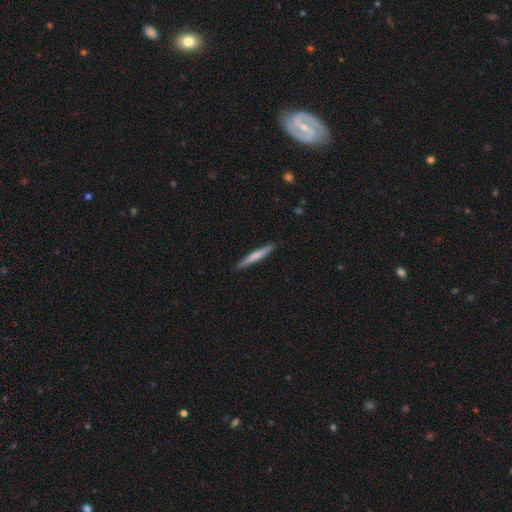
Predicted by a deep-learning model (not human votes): A smooth galaxy with no disk features (66%) that is cigar-shaped (96%). Merging: none (89%).